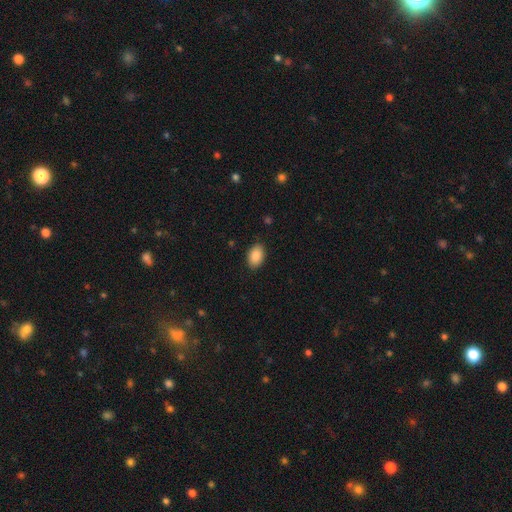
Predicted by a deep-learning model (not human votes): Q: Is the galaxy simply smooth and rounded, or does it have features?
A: smooth — 89%.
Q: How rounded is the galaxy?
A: in between — 89%.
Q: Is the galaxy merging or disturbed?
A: none — 88%.